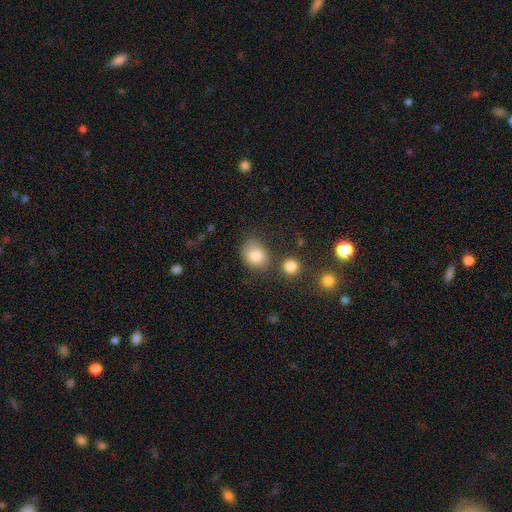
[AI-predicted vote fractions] smooth_or_featured: smooth (p=0.83) [alt: star or artifact p=0.09]
how_rounded: in between (p=0.58) [alt: round p=0.41]
merging: none (p=0.66) [alt: minor disturbance p=0.20]